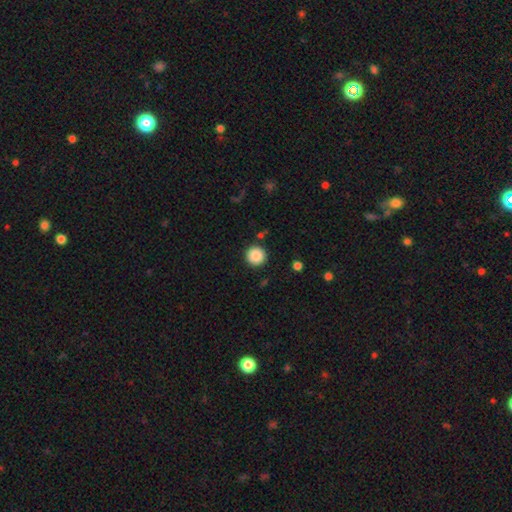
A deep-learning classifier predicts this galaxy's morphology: Q: Smooth or featured?
A: smooth (87%); runner-up: star or artifact (9%)
Q: How rounded?
A: round (96%); runner-up: in between (3%)
Q: Merging?
A: none (91%); runner-up: minor disturbance (5%)